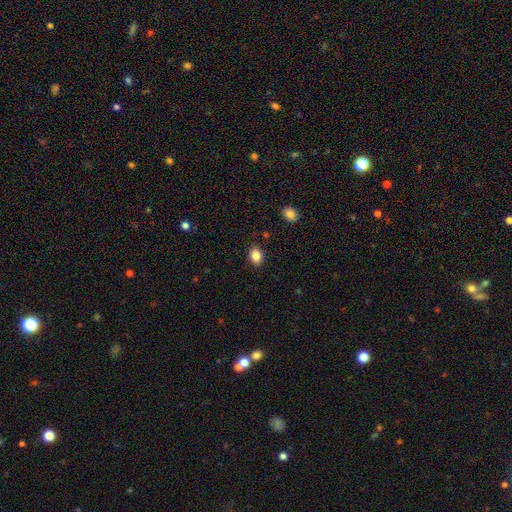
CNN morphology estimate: type=smooth (86%); roundness=in between (69%); merging=none (87%).